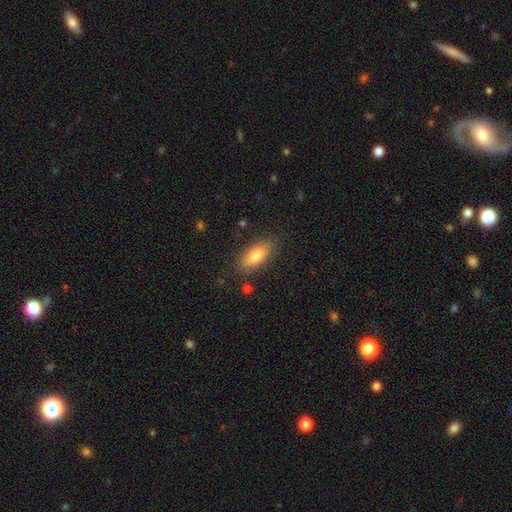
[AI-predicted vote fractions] Smooth or featured?
  - smooth: 78% *
  - featured or disk: 15%
  - star or artifact: 7%
How rounded?
  - in between: 81% *
  - cigar-shaped: 16%
  - round: 3%
Merging?
  - none: 83% *
  - minor disturbance: 12%
  - major disturbance: 3%
  - merger: 2%